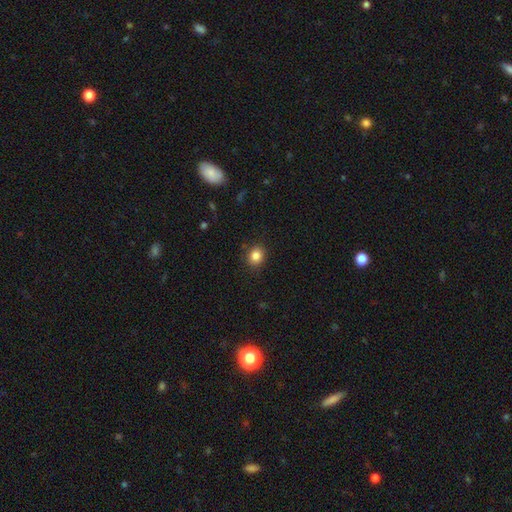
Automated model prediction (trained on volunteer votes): Q: Smooth or featured?
A: smooth (84%); runner-up: star or artifact (11%)
Q: How rounded?
A: round (69%); runner-up: in between (30%)
Q: Merging?
A: none (88%); runner-up: minor disturbance (8%)